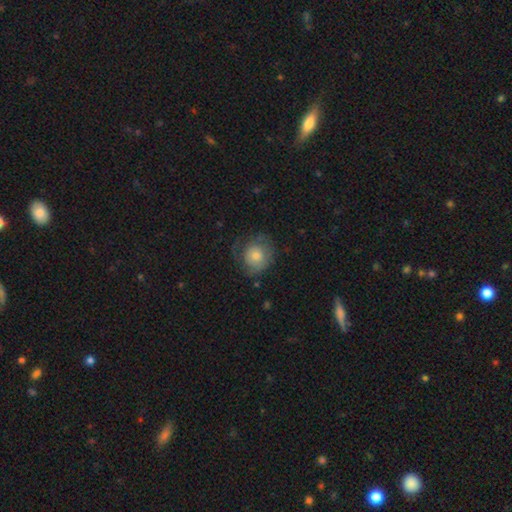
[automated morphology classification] Smooth or featured? smooth (59%)
How rounded? round (82%)
Merging? none (60%)